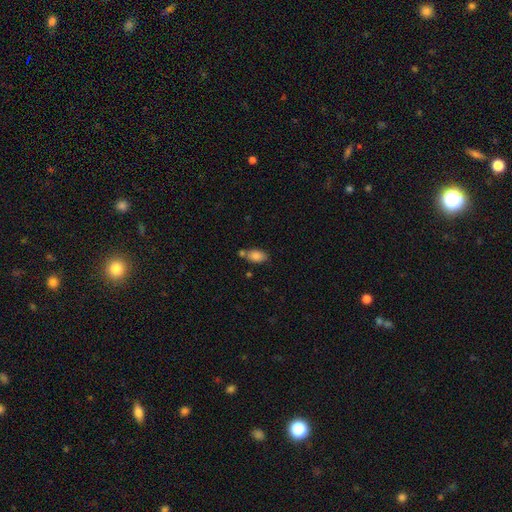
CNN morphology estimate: This appears to be a smooth galaxy with no disk features (83%) that is in between round and cigar-shaped (90%). Merging: none (61%).